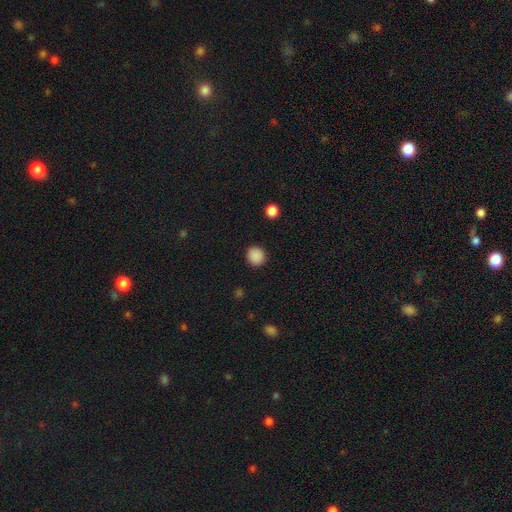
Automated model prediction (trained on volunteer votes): Overall: smooth (88%). How rounded: round (89%). Merging: none (91%).